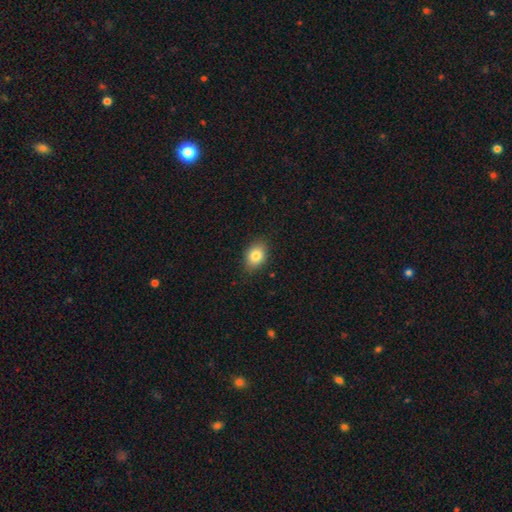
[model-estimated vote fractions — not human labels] Q: Smooth or featured?
A: smooth (83%); runner-up: star or artifact (9%)
Q: How rounded?
A: in between (69%); runner-up: round (30%)
Q: Merging?
A: none (85%); runner-up: minor disturbance (12%)